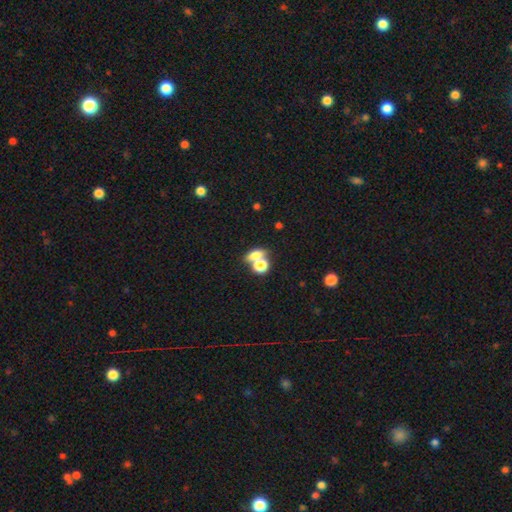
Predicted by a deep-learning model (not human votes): Overall: smooth (70%). How rounded: in between (55%; round 35%). Merging: merger (43%, tied with none).